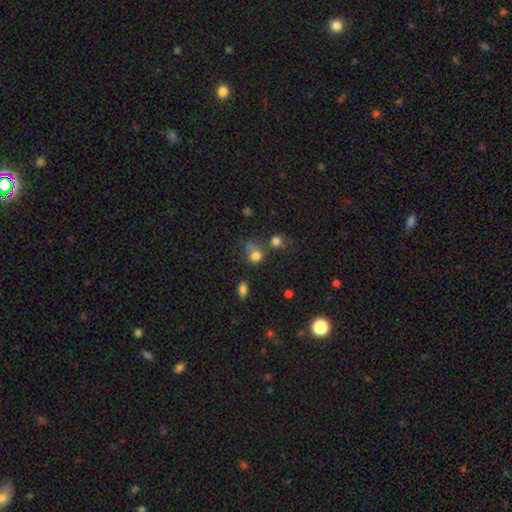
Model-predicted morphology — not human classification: Q: Smooth or featured?
A: smooth (77%); runner-up: star or artifact (15%)
Q: How rounded?
A: round (64%); runner-up: in between (35%)
Q: Merging?
A: none (39%); runner-up: merger (22%)